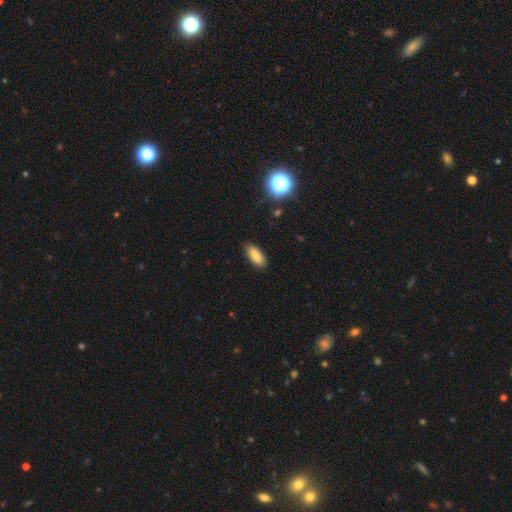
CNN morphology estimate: Smooth or featured? Predicted: smooth (p=0.85). How rounded? Predicted: in between (p=0.78). Merging? Predicted: none (p=0.86).